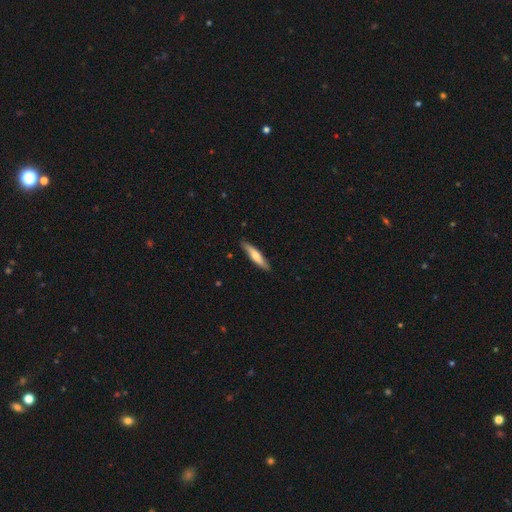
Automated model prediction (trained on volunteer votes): Smooth or featured?
  - smooth: 56% *
  - featured or disk: 39%
  - star or artifact: 5%
How rounded?
  - cigar-shaped: 85% *
  - in between: 13%
  - round: 2%
Merging?
  - none: 87% *
  - minor disturbance: 10%
  - major disturbance: 2%
  - merger: 1%